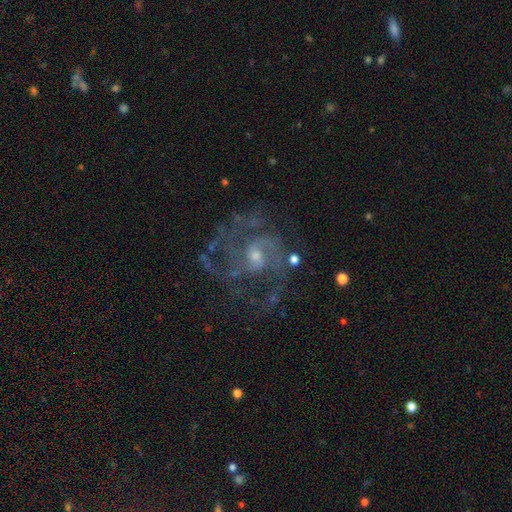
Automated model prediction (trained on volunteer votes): A featured or disk galaxy (81%) with no bar (48%), 2 (39%) medium (50%) spiral arms (91%) and a small central bulge (52%).

Vote fractions:
- Smooth or featured? featured or disk: 81% / star or artifact: 12% / smooth: 6%
- Edge-on disk? no: 98% / yes: 2%
- Bar? no: 48% / weak: 42% / strong: 9%
- Spiral arms? yes: 91% / no: 9%
- Spiral winding? medium: 50% / tight: 33% / loose: 17%
- Spiral arm count? 2: 39% / can't tell: 25% / 3: 18% / 4: 7% / 1: 6% / more than 4: 5%
- Bulge size? small: 52% / moderate: 39% / none: 5% / large: 2% / dominant: 1%
- Merging? none: 66% / major disturbance: 17% / minor disturbance: 15% / merger: 2%